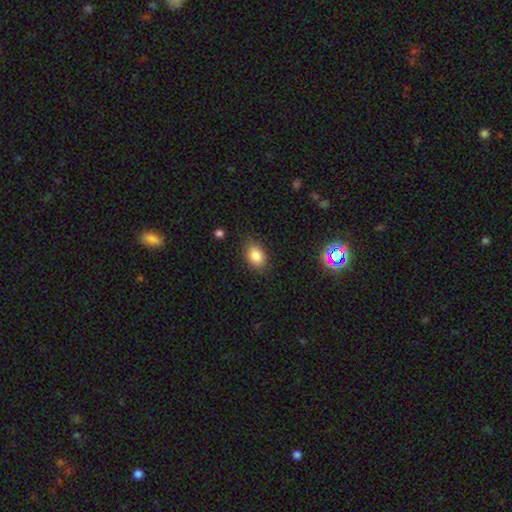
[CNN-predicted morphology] Q: Smooth or featured?
A: smooth (85%); runner-up: star or artifact (9%)
Q: How rounded?
A: in between (81%); runner-up: round (17%)
Q: Merging?
A: none (82%); runner-up: minor disturbance (13%)